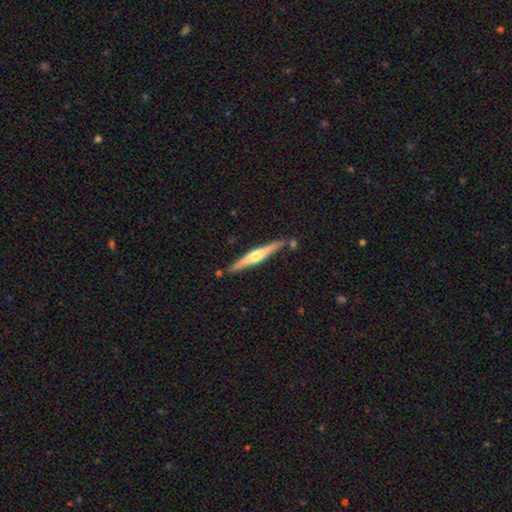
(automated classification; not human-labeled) smooth-or-featured: featured or disk: 70% | smooth: 25% | star or artifact: 5%
  disk-edge-on: yes: 98% | no: 2%
    edge-on-bulge: rounded: 88% | none: 7% | boxy: 6%
  merging: none: 84% | minor disturbance: 10% | merger: 4% | major disturbance: 2%